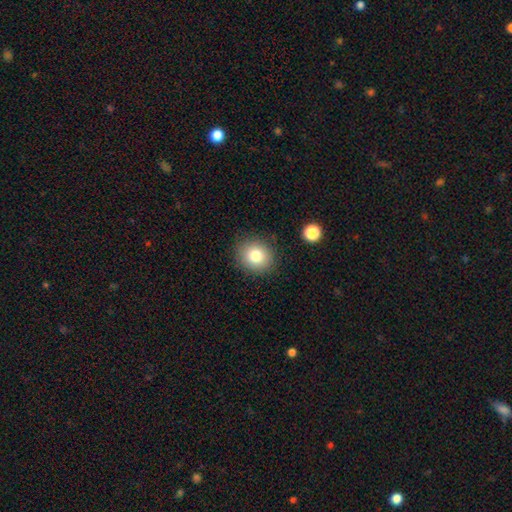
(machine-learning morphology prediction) A smooth galaxy with no disk features (80%) that is round (81%).

Vote fractions:
- Smooth or featured? smooth: 80% / star or artifact: 11% / featured or disk: 9%
- How rounded? round: 81% / in between: 18% / cigar-shaped: 1%
- Merging? none: 87% / minor disturbance: 9% / major disturbance: 3% / merger: 2%